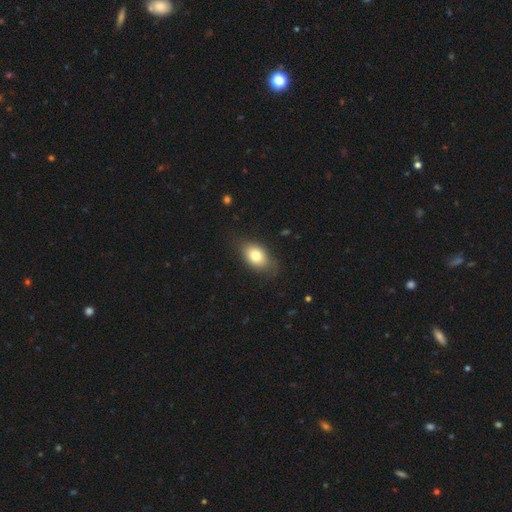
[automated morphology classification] This appears to be a smooth galaxy with no disk features (77%) that is in between round and cigar-shaped (83%). Merging: none (75%).